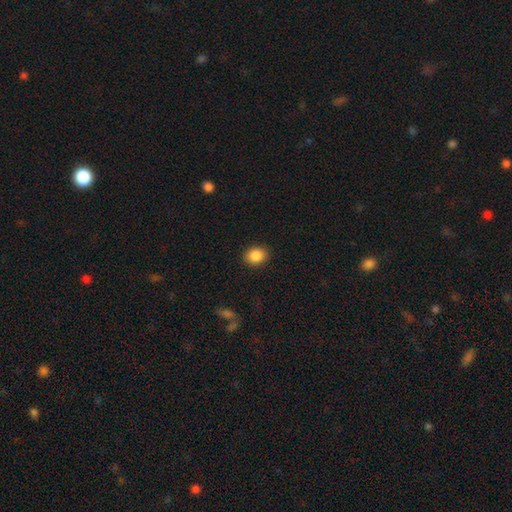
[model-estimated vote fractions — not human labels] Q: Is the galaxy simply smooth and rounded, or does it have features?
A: smooth — 88%.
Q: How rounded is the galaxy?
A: round — 54%.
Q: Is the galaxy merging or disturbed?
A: none — 89%.